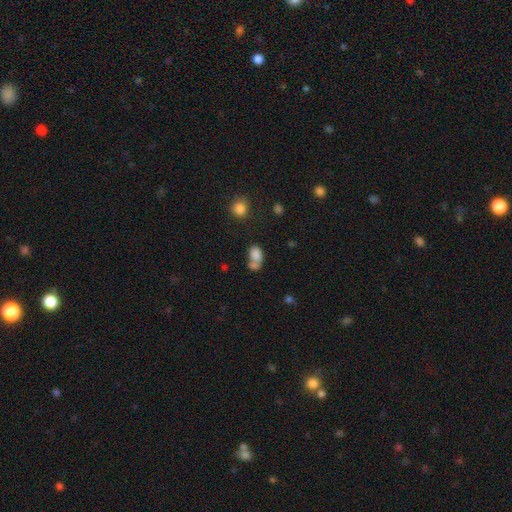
Volunteers were most divided on "merging": merger: 49%, none: 41%, minor disturbance: 5%, major disturbance: 5%. More confident: smooth or featured — smooth (85%); how rounded — in between (74%).